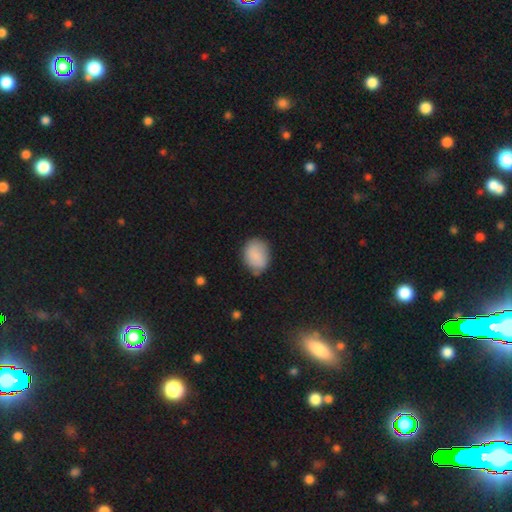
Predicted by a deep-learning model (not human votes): Smooth or featured: smooth — 82% (featured or disk — 11%)
How rounded: in between — 61% (round — 38%)
Merging: none — 69% (minor disturbance — 23%)